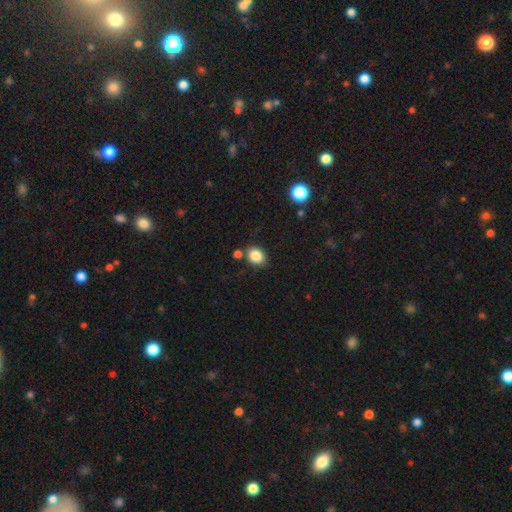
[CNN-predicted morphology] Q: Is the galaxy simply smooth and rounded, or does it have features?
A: smooth — 85%.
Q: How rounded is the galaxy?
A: in between — 54%.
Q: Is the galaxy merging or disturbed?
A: none — 77%.